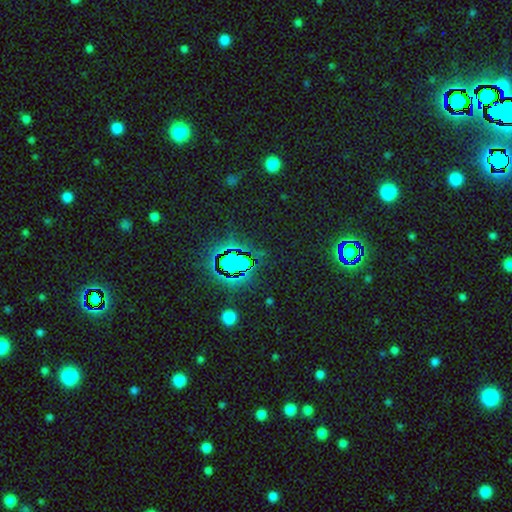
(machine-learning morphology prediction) A star or artifact, not a galaxy (76%).